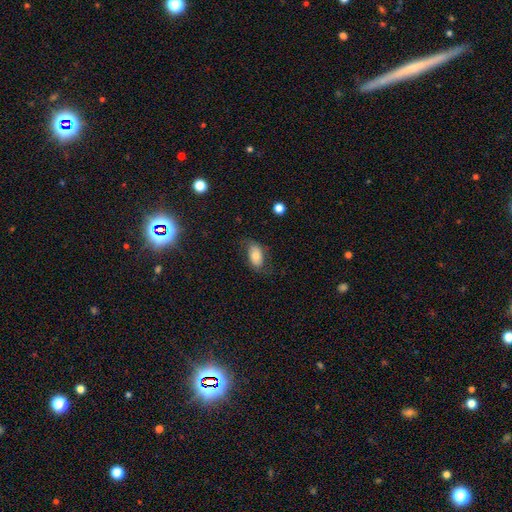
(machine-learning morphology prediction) smooth_or_featured: smooth (p=0.66) [alt: featured or disk p=0.25]
how_rounded: in between (p=0.91) [alt: round p=0.07]
merging: none (p=0.64) [alt: minor disturbance p=0.23]